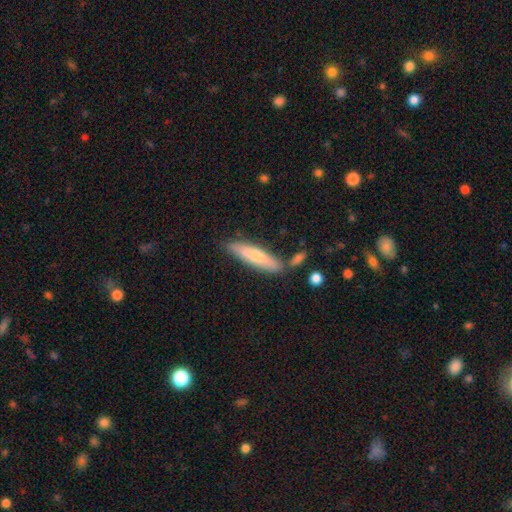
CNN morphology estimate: Smooth or featured?
  - smooth: 54% *
  - featured or disk: 37%
  - star or artifact: 8%
How rounded?
  - cigar-shaped: 85% *
  - in between: 14%
  - round: 2%
Merging?
  - none: 78% *
  - minor disturbance: 15%
  - merger: 4%
  - major disturbance: 3%